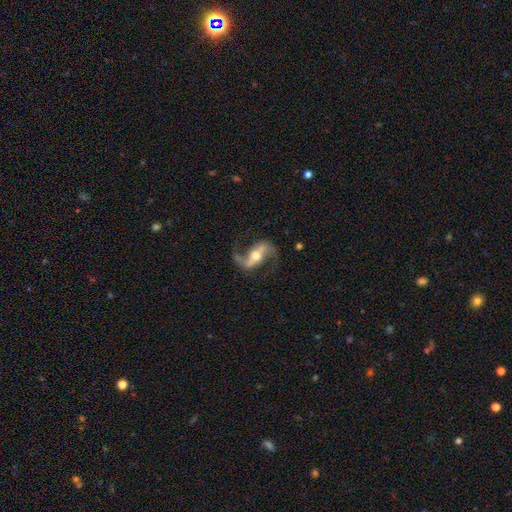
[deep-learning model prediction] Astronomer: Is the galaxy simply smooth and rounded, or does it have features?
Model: featured or disk — 90%.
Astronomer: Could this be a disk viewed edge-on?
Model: no — 95%.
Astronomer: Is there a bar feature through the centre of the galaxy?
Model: strong — 52% (runner-up: weak, 31%).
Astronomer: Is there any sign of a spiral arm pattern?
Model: yes — 97%.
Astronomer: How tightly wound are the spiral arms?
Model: loose — 60%.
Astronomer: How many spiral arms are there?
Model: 2 — 94%.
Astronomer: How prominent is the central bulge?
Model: moderate — 65%.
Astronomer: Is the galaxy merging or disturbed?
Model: none — 79%.